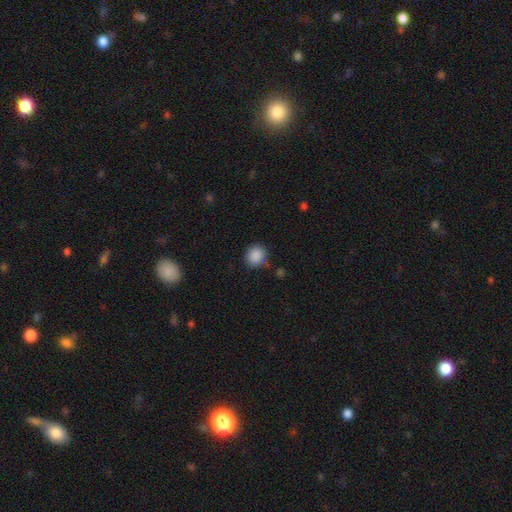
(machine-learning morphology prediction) smooth_or_featured: smooth (p=0.88) [alt: star or artifact p=0.09]
how_rounded: round (p=0.70) [alt: in between p=0.29]
merging: none (p=0.81) [alt: minor disturbance p=0.12]